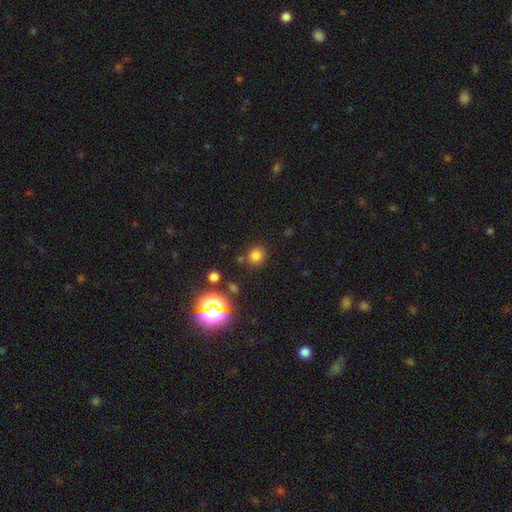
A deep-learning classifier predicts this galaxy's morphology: Smooth or featured: smooth — 72% (star or artifact — 22%)
How rounded: round — 86% (in between — 13%)
Merging: none — 80% (minor disturbance — 10%)